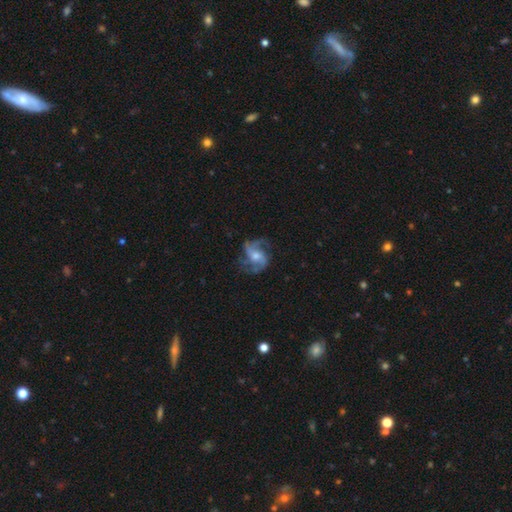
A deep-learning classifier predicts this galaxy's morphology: This appears to be a featured or disk galaxy (83%) with no bar (55%), 2 (45%) medium (48%) spiral arms (95%) and a moderate central bulge (57%). Merging: none (64%).